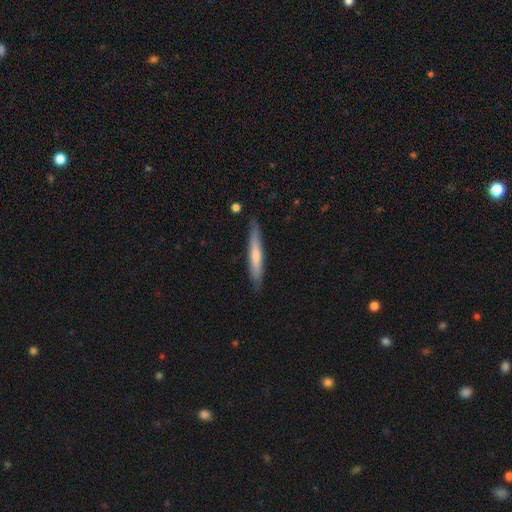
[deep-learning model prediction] Smooth or featured: smooth — 58% (featured or disk — 37%)
How rounded: cigar-shaped — 94% (in between — 5%)
Merging: none — 86% (minor disturbance — 11%)